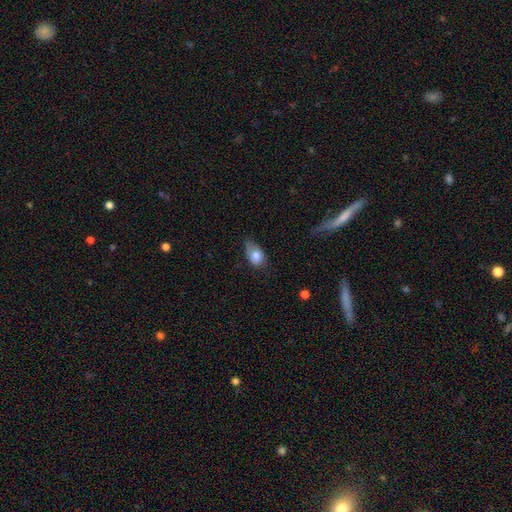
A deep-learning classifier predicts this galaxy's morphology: smooth-or-featured: smooth: 77% | featured or disk: 15% | star or artifact: 8%
  how-rounded: in between: 85% | round: 13% | cigar-shaped: 2%
  merging: none: 44% | minor disturbance: 41% | major disturbance: 14% | merger: 2%